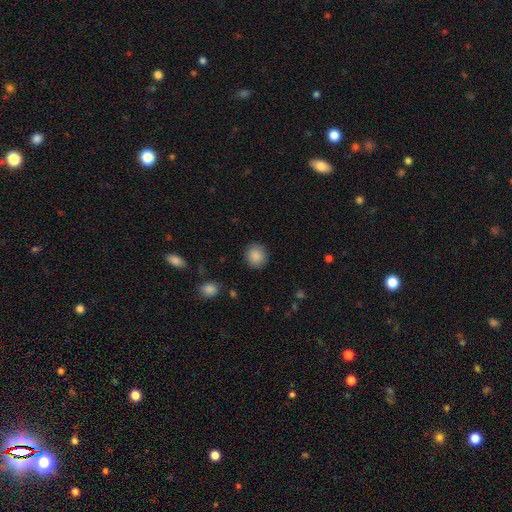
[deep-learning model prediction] Q: Smooth or featured?
A: smooth (88%); runner-up: star or artifact (8%)
Q: How rounded?
A: round (88%); runner-up: in between (11%)
Q: Merging?
A: none (89%); runner-up: minor disturbance (7%)